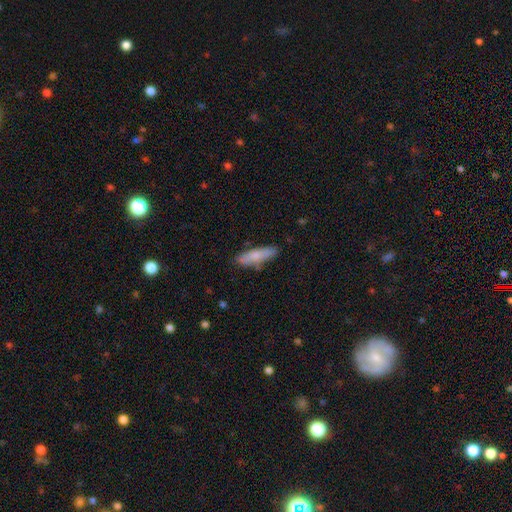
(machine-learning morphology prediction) The model was most divided on "how rounded": cigar-shaped: 64%, in between: 35%, round: 2%. More confident: merging — none (77%); smooth or featured — smooth (75%).